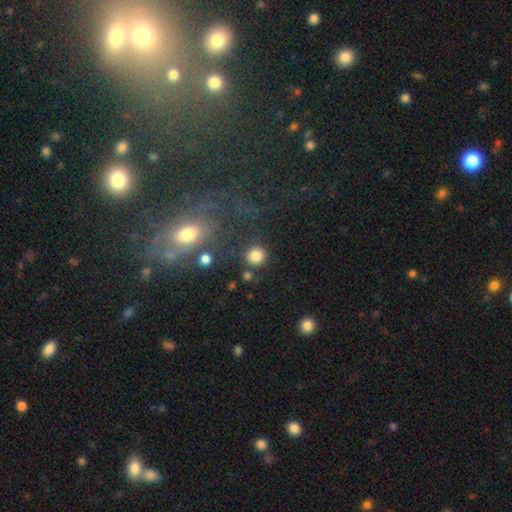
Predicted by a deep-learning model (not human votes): Q: Smooth or featured?
A: smooth (84%); runner-up: star or artifact (11%)
Q: How rounded?
A: round (93%); runner-up: in between (6%)
Q: Merging?
A: none (82%); runner-up: minor disturbance (8%)